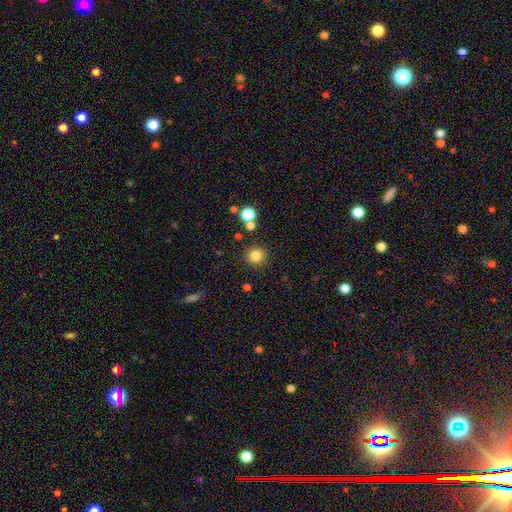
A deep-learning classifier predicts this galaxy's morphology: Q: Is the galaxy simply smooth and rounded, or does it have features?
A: smooth — 82%.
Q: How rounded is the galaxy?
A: round — 93%.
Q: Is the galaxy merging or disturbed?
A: none — 86%.